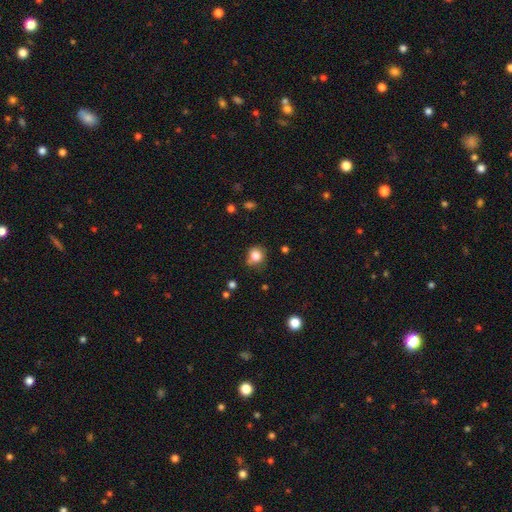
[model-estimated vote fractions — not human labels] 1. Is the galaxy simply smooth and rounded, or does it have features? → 81% smooth, 12% star or artifact, 7% featured or disk.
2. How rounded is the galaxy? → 84% round, 15% in between, 1% cigar-shaped.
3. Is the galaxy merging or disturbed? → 73% none, 17% minor disturbance, 6% merger, 4% major disturbance.